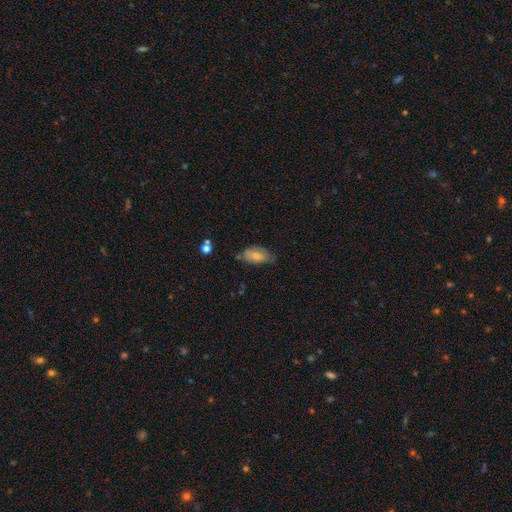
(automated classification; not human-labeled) Q: Smooth or featured?
A: smooth (72%); runner-up: featured or disk (20%)
Q: How rounded?
A: in between (92%); runner-up: cigar-shaped (4%)
Q: Merging?
A: none (50%); runner-up: minor disturbance (36%)